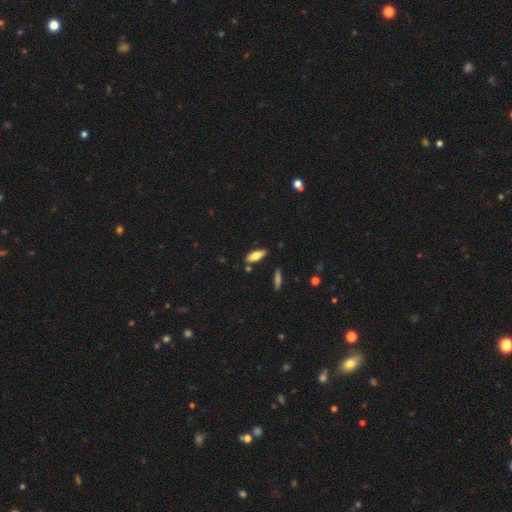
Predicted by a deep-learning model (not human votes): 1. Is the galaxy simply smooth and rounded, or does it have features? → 67% smooth, 26% featured or disk, 7% star or artifact.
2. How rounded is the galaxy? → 70% in between, 27% cigar-shaped, 2% round.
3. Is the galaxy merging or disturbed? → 83% none, 11% minor disturbance, 4% merger, 2% major disturbance.